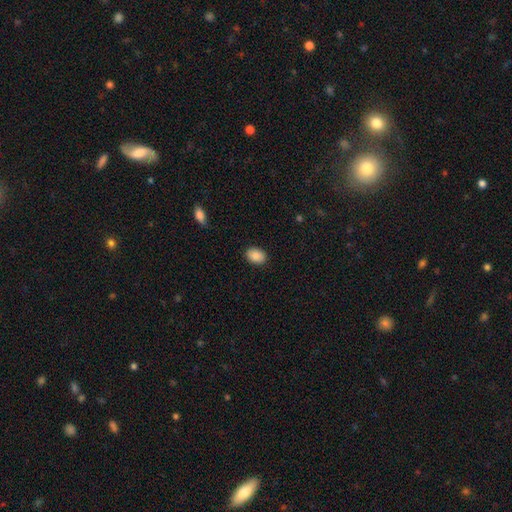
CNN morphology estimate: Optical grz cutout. It shows a smooth galaxy with no disk features (88%) that is in between round and cigar-shaped (78%). Merging: none (89%).